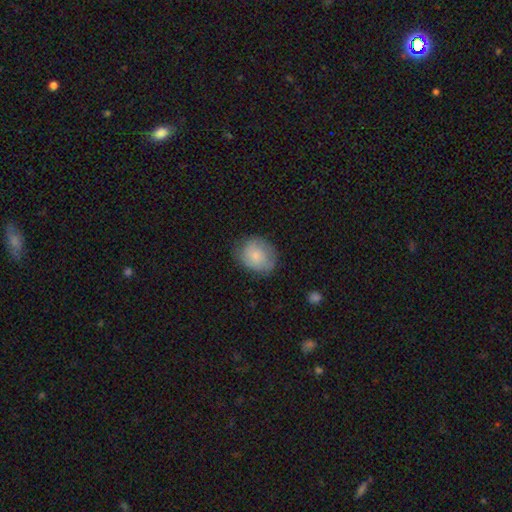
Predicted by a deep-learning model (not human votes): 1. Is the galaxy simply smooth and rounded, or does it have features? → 71% smooth, 22% featured or disk, 7% star or artifact.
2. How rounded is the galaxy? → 62% round, 37% in between, 1% cigar-shaped.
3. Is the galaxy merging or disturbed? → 68% none, 24% minor disturbance, 7% major disturbance, 1% merger.